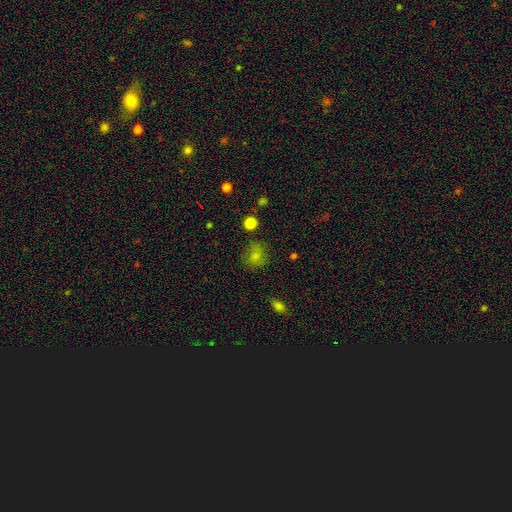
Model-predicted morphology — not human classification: Q: Smooth or featured?
A: smooth (78%); runner-up: star or artifact (14%)
Q: How rounded?
A: round (69%); runner-up: in between (30%)
Q: Merging?
A: none (72%); runner-up: minor disturbance (19%)